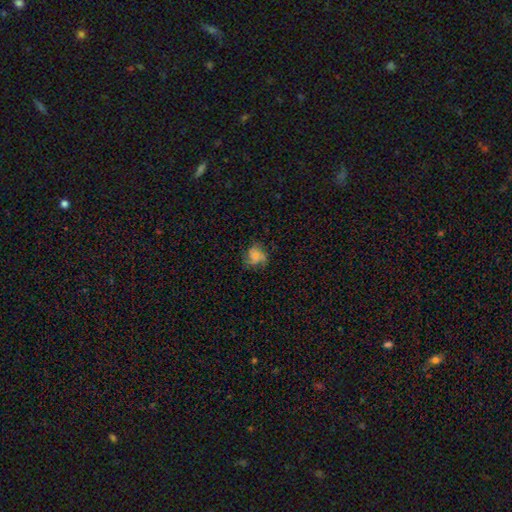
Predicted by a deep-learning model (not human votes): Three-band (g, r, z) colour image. It shows a smooth galaxy with no disk features (51%) that is round (66%). Merging: none (59%).